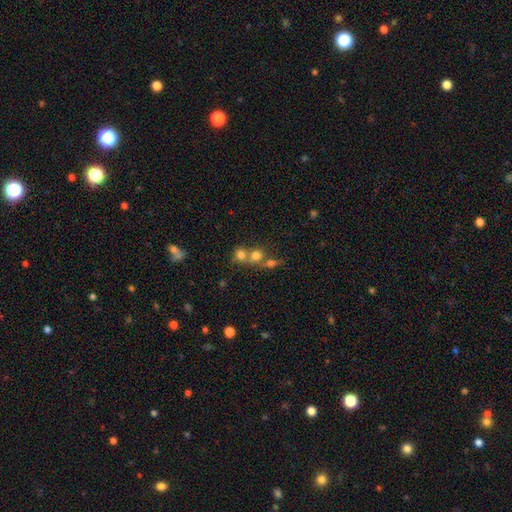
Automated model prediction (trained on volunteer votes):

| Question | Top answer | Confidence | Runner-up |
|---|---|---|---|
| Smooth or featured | smooth | 71% | star or artifact (15%) |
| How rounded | round | 77% | in between (21%) |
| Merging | merger | 55% | none (35%) |